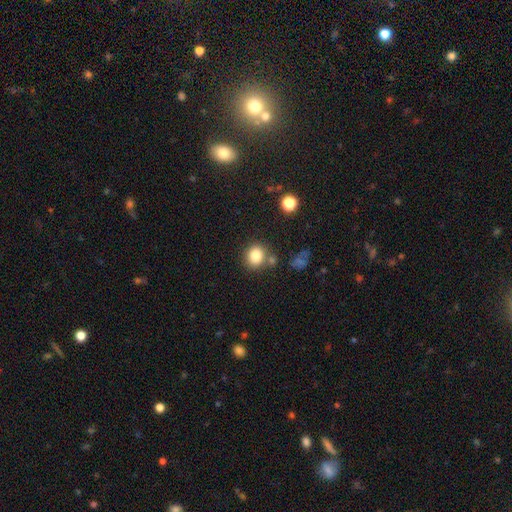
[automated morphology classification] This is clearly a smooth galaxy (83%). How rounded: likely round (77%). Merging: likely none (73%).